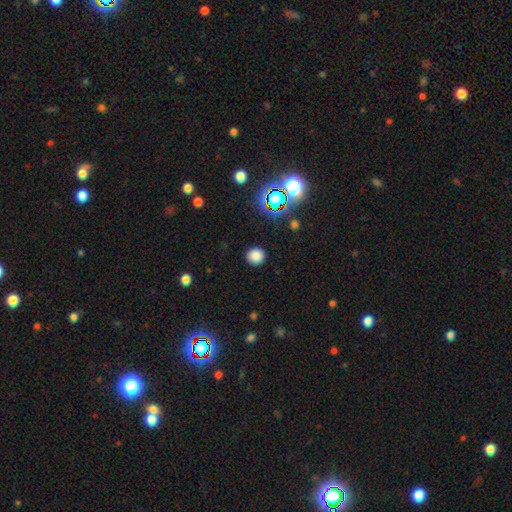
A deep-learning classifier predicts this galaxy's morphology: The model was most divided on "smooth or featured": smooth: 80%, star or artifact: 15%, featured or disk: 4%. More confident: how rounded — round (90%); merging — none (90%).